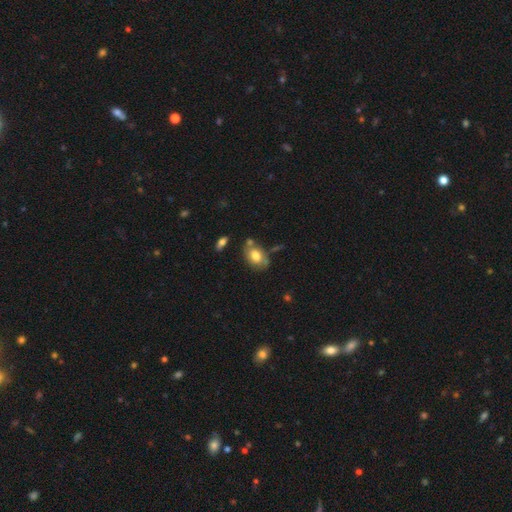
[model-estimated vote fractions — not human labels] A smooth galaxy with no disk features (70%) that is in between round and cigar-shaped (80%). Merging: none (58%).